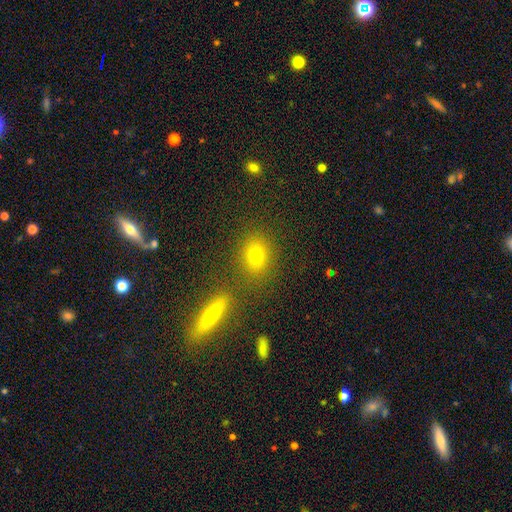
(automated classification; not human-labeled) smooth-or-featured: smooth: 72% | star or artifact: 17% | featured or disk: 11%
  how-rounded: round: 57% | in between: 40% | cigar-shaped: 2%
  merging: none: 76% | merger: 10% | minor disturbance: 9% | major disturbance: 4%